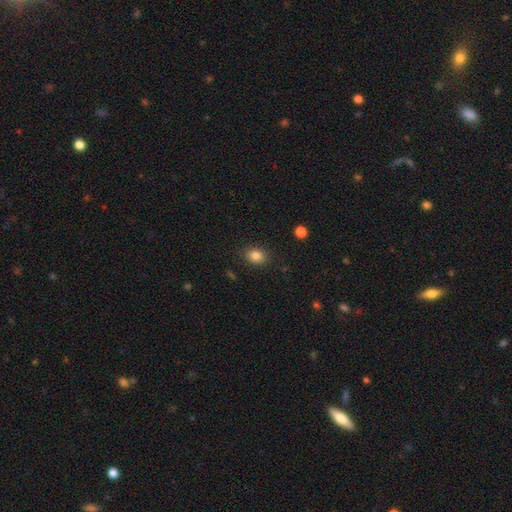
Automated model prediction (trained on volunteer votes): A smooth galaxy with no disk features (84%) that is in between round and cigar-shaped (55%). Merging: none (88%).